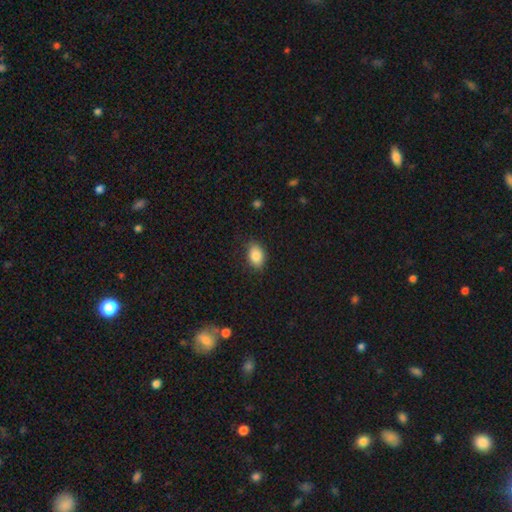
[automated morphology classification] This is clearly a smooth galaxy (86%). How rounded: clearly in between (85%). Merging: clearly none (81%).